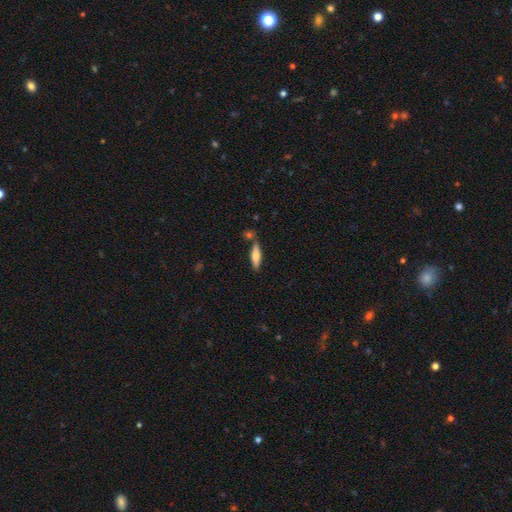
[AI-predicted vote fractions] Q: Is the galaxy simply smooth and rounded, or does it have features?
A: smooth — 56%.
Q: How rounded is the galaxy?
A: cigar-shaped — 71%.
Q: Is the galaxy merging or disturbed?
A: none — 77%.